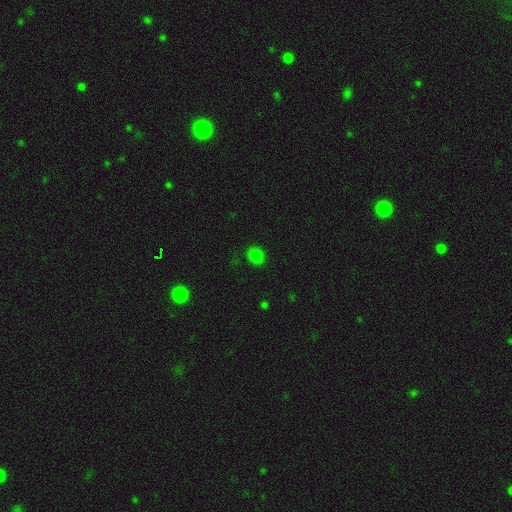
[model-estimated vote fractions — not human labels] The model was most divided on "how rounded": round: 67%, in between: 32%, cigar-shaped: 1%. More confident: merging — none (87%); smooth or featured — smooth (81%).